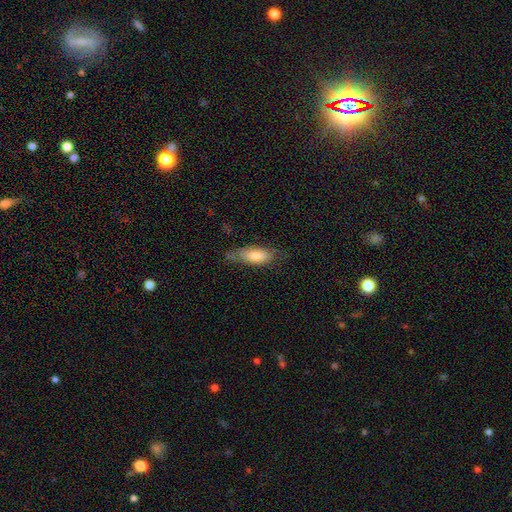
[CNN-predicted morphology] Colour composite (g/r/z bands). It shows a smooth galaxy with no disk features (78%) that is in between round and cigar-shaped (72%). Merging: none (57%).